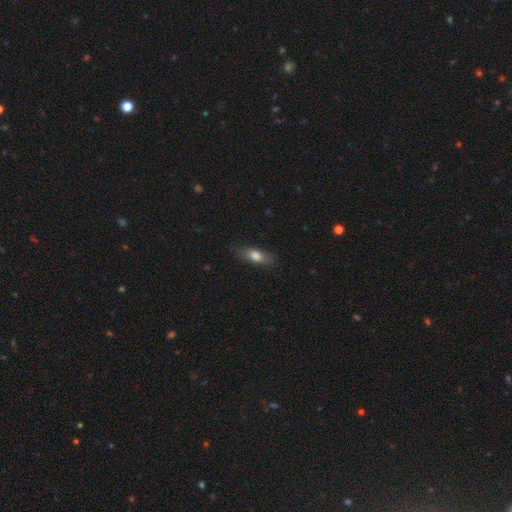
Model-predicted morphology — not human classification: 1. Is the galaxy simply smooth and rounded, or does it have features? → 76% smooth, 16% featured or disk, 7% star or artifact.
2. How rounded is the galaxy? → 69% in between, 26% cigar-shaped, 4% round.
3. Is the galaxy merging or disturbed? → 77% none, 17% minor disturbance, 5% major disturbance, 1% merger.